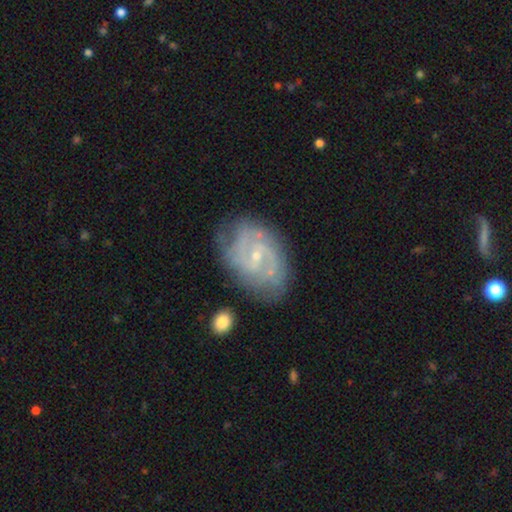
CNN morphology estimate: featured or disk 87%, smooth 7%, star or artifact 5%. Down the decision tree: edge-on disk — no (97%); bar — weak (48%); spiral arms — yes (96%); spiral arm count — 2 (55%); spiral winding — medium (44%, tied with tight); bulge size — small (77%); merging — none (71%).